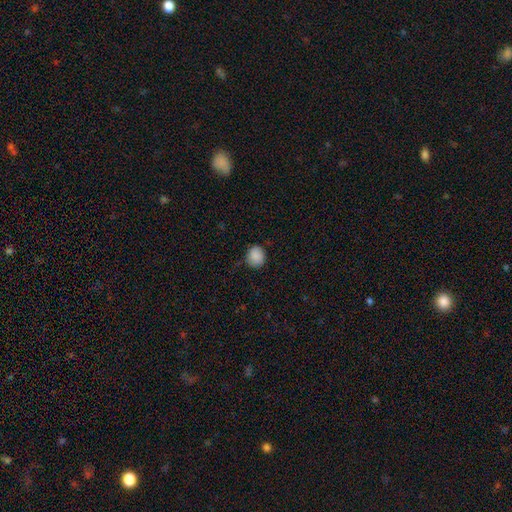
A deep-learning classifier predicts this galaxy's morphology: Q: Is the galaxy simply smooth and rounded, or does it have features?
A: smooth — 88%.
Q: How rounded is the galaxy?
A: round — 77%.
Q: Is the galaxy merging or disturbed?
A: none — 81%.